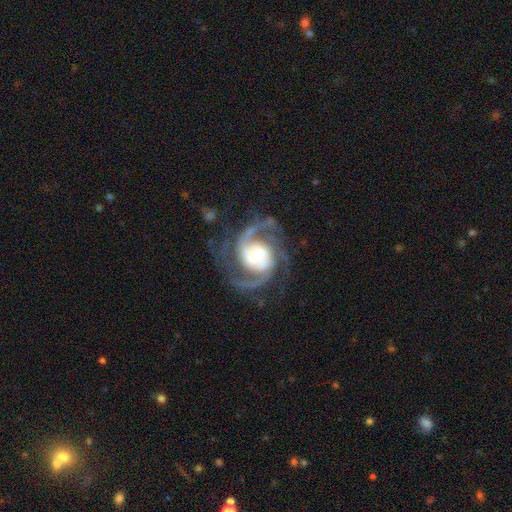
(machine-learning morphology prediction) Smooth or featured?
  - featured or disk: 93% *
  - star or artifact: 4%
  - smooth: 3%
Edge-on disk?
  - no: 98% *
  - yes: 2%
Bar?
  - no: 40% *
  - weak: 39%
  - strong: 20%
Spiral arms?
  - yes: 99% *
  - no: 1%
Spiral winding?
  - medium: 55% *
  - tight: 32%
  - loose: 13%
Spiral arm count?
  - 2: 53% *
  - 3: 27%
  - can't tell: 6%
  - 4: 5%
  - 1: 4%
  - more than 4: 4%
Bulge size?
  - moderate: 49% *
  - small: 30%
  - large: 17%
  - dominant: 2%
  - none: 2%
Merging?
  - none: 74% *
  - minor disturbance: 14%
  - major disturbance: 11%
  - merger: 2%